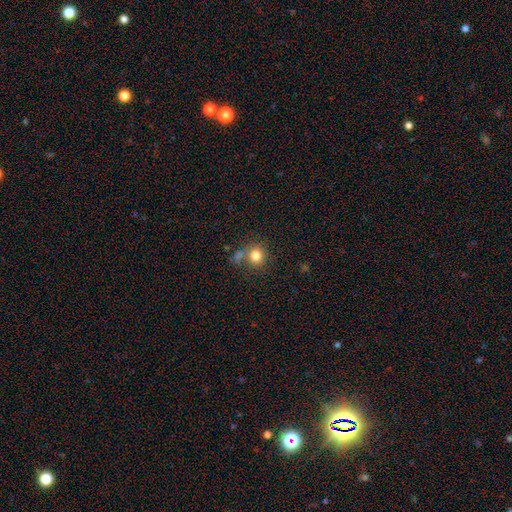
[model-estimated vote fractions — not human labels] Q: Smooth or featured?
A: smooth (81%); runner-up: star or artifact (11%)
Q: How rounded?
A: round (87%); runner-up: in between (12%)
Q: Merging?
A: none (64%); runner-up: merger (18%)